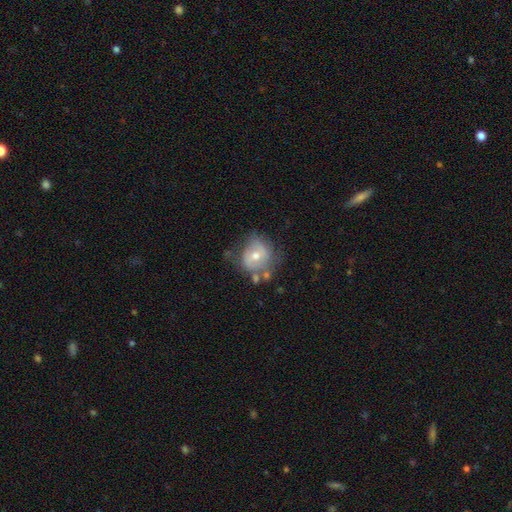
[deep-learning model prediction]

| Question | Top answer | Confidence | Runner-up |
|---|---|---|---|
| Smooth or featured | smooth | 46% | tied: featured or disk (46%) |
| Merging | none | 48% | minor disturbance (28%) |